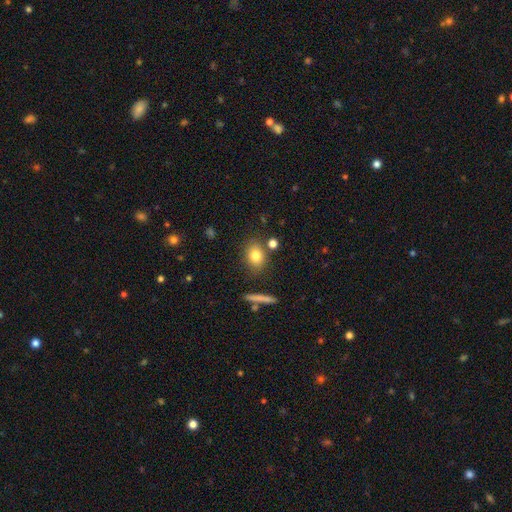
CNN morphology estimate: This appears to be a smooth galaxy with no disk features (79%) that is in between round and cigar-shaped (55%). Merging: none (78%).